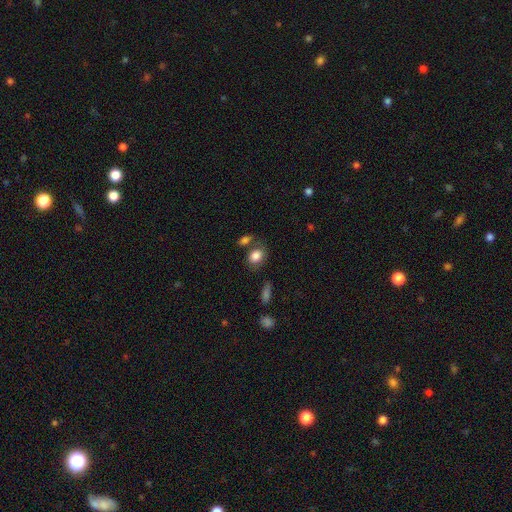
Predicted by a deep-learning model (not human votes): A smooth galaxy with no disk features (83%) that is in between round and cigar-shaped (66%).

Vote fractions:
- Smooth or featured? smooth: 83% / featured or disk: 9% / star or artifact: 8%
- How rounded? in between: 66% / round: 32% / cigar-shaped: 1%
- Merging? none: 61% / minor disturbance: 17% / merger: 16% / major disturbance: 6%